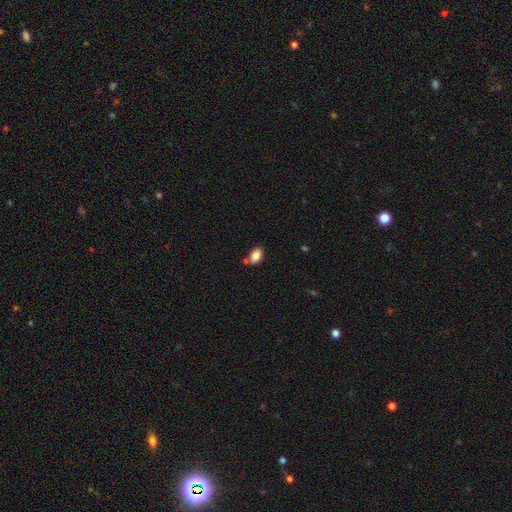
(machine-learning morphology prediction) type=smooth (85%); roundness=in between (89%); merging=none (69%).